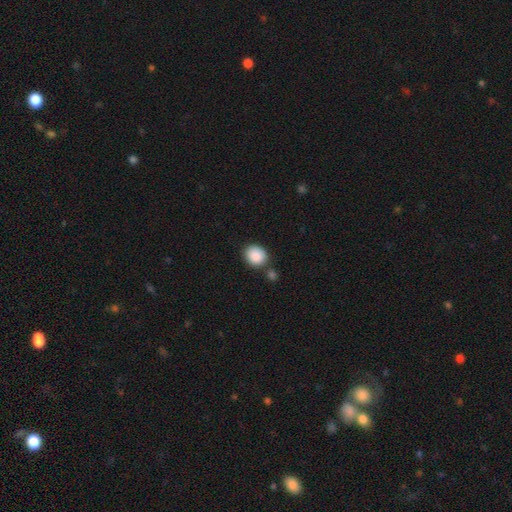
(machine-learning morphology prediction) Smooth or featured? smooth (89%)
How rounded? round (70%)
Merging? none (72%)